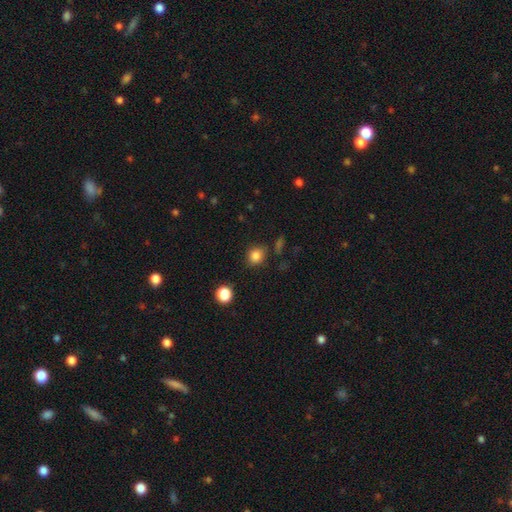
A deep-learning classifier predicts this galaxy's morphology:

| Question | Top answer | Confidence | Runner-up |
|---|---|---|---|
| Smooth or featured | smooth | 83% | star or artifact (12%) |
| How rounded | round | 81% | in between (18%) |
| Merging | none | 83% | minor disturbance (11%) |